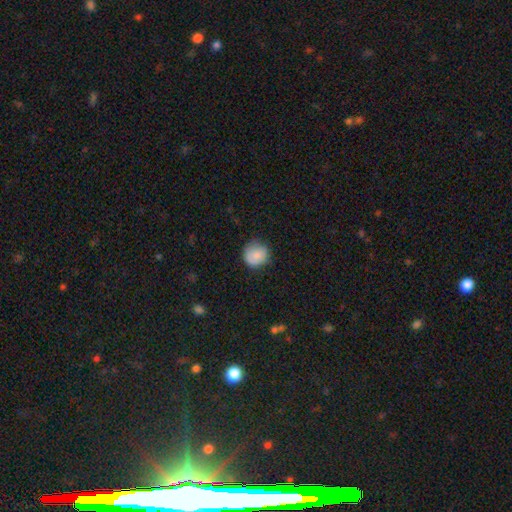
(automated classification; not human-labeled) Smooth or featured? Predicted: smooth (p=0.83). How rounded? Predicted: round (p=0.87). Merging? Predicted: none (p=0.71).